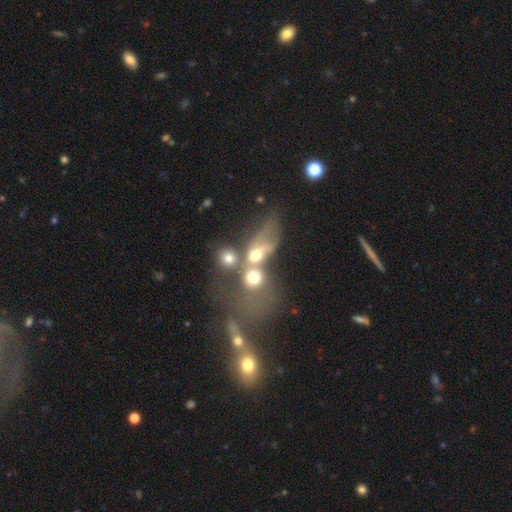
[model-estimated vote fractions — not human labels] smooth_or_featured: smooth (p=0.44) [alt: featured or disk p=0.33]
merging: merger (p=0.59) [alt: major disturbance p=0.16]